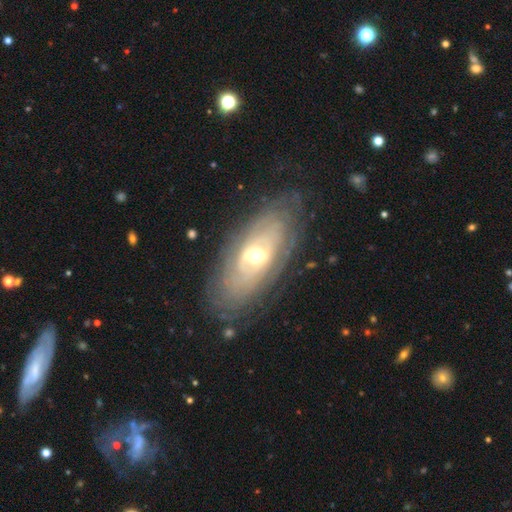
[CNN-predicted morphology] Smooth or featured? featured or disk (80%)
Edge-on disk? no (87%)
Bar? no (46%)
Spiral arms? yes (80%)
Spiral winding? tight (76%)
Spiral arm count? can't tell (63%)
Bulge size? moderate (68%)
Merging? none (78%)